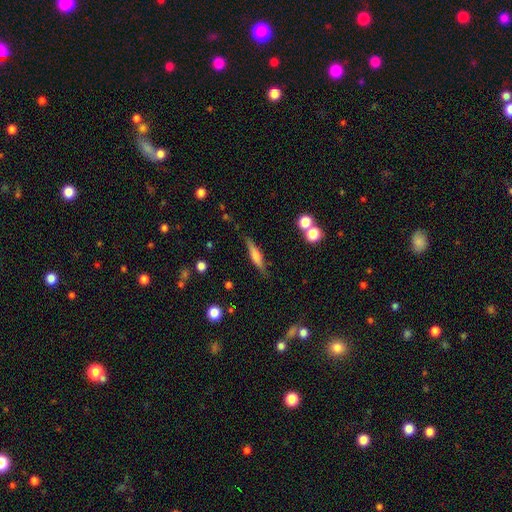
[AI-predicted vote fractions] smooth 53%, featured or disk 39%, star or artifact 7%. Down the decision tree: how rounded — cigar-shaped (81%); merging — none (83%).